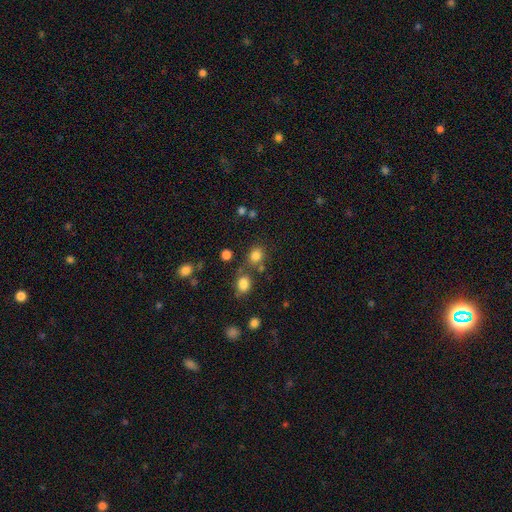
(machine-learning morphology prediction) Smooth or featured? smooth (80%)
How rounded? round (71%)
Merging? none (67%)